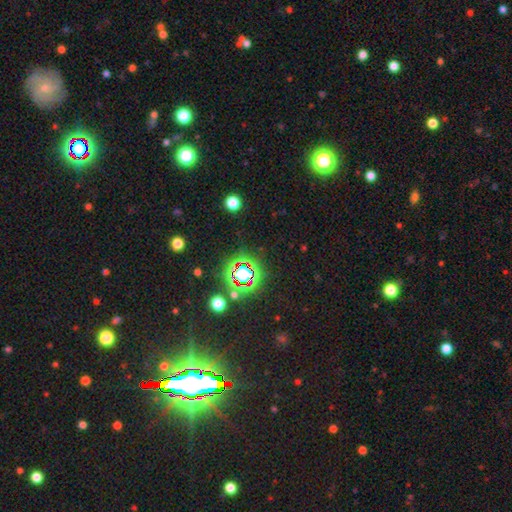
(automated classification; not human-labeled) Smooth or featured: star or artifact — 81% (smooth — 11%)